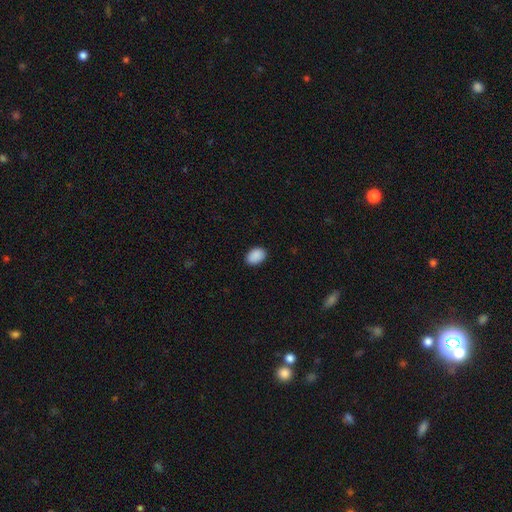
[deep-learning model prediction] Overall: smooth (90%). How rounded: in between (84%). Merging: none (88%).